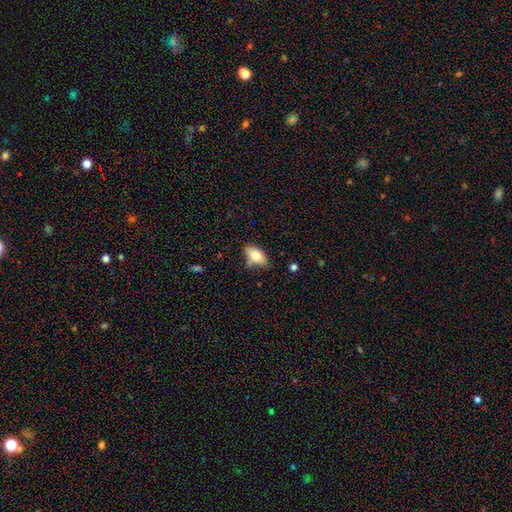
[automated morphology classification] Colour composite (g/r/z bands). It shows a smooth galaxy with no disk features (77%) that is in between round and cigar-shaped (89%). Merging: none (66%).